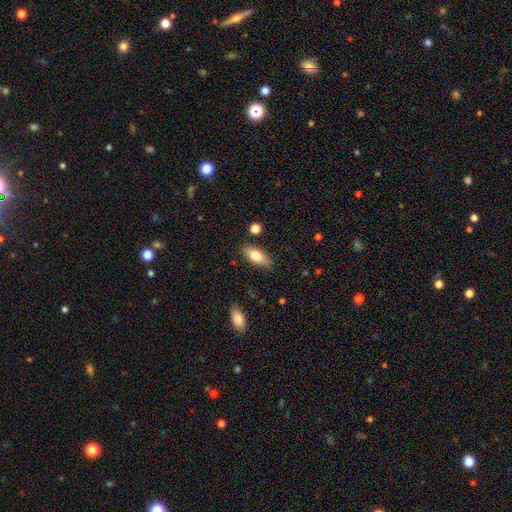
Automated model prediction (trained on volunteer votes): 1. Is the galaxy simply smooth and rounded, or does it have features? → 76% smooth, 17% featured or disk, 7% star or artifact.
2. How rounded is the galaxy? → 84% in between, 13% cigar-shaped, 3% round.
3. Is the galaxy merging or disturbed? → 83% none, 12% minor disturbance, 3% merger, 2% major disturbance.